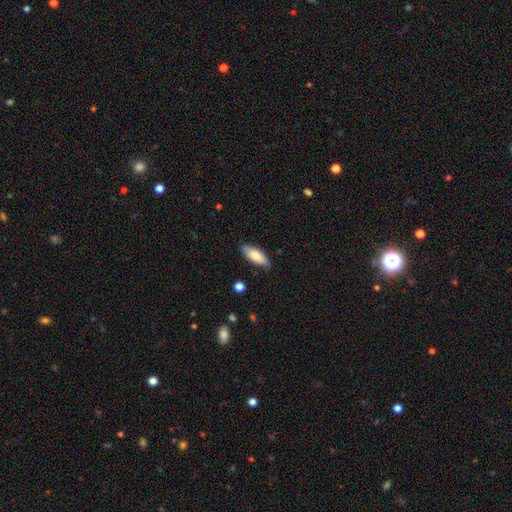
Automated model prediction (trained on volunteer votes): Smooth or featured? smooth (81%)
How rounded? in between (72%)
Merging? none (82%)